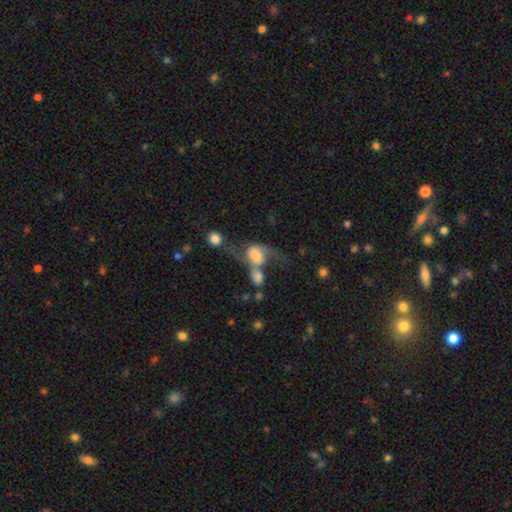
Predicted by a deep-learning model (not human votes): Smooth or featured: featured or disk — 51% (smooth — 39%)
Edge-on disk: no — 95% (yes — 5%)
Merging: merger — 60% (major disturbance — 18%)